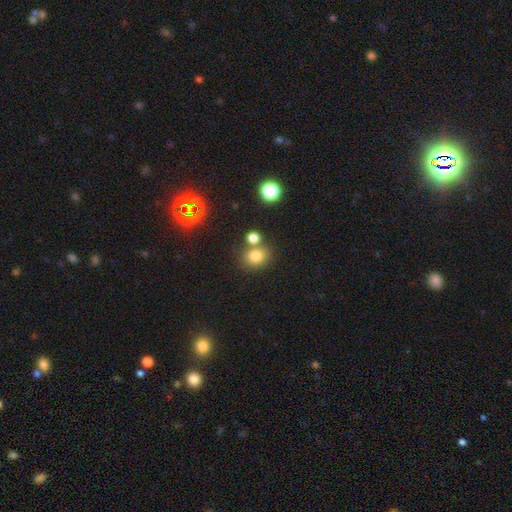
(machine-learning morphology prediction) smooth 78%, star or artifact 15%, featured or disk 7%. Down the decision tree: how rounded — round (66%); merging — none (65%).